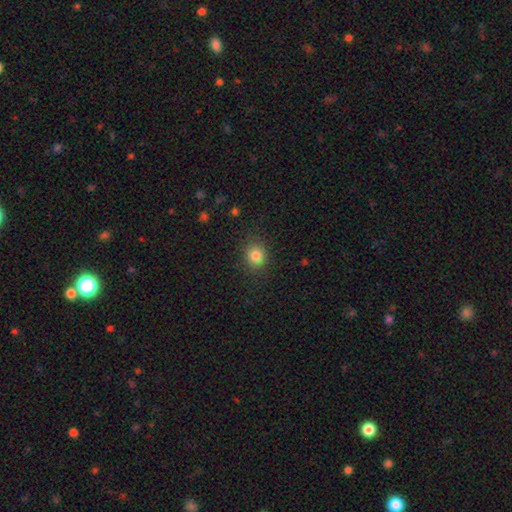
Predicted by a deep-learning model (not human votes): Q: Smooth or featured?
A: smooth (83%); runner-up: star or artifact (11%)
Q: How rounded?
A: round (74%); runner-up: in between (25%)
Q: Merging?
A: none (87%); runner-up: minor disturbance (9%)